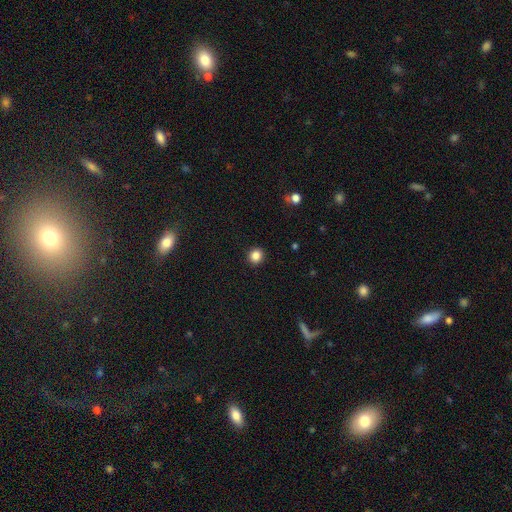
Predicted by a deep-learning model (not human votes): The model was most divided on "how rounded": round: 86%, in between: 13%, cigar-shaped: 1%. More confident: merging — none (92%); smooth or featured — smooth (85%).